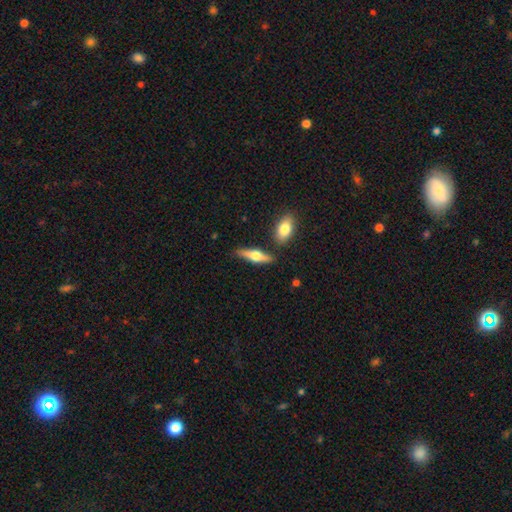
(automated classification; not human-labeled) This appears to be a featured or disk galaxy (56%) viewed edge-on (94%) with a rounded central bulge (94%). Merging: none (81%).